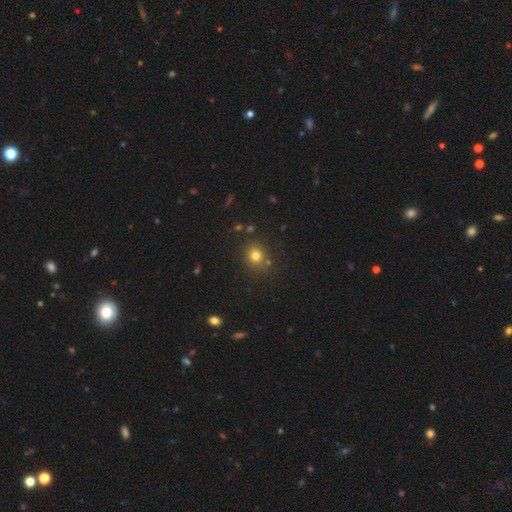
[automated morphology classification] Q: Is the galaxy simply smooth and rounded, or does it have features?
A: smooth — 77%.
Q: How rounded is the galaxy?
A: round — 79%.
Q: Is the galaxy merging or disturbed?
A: none — 82%.